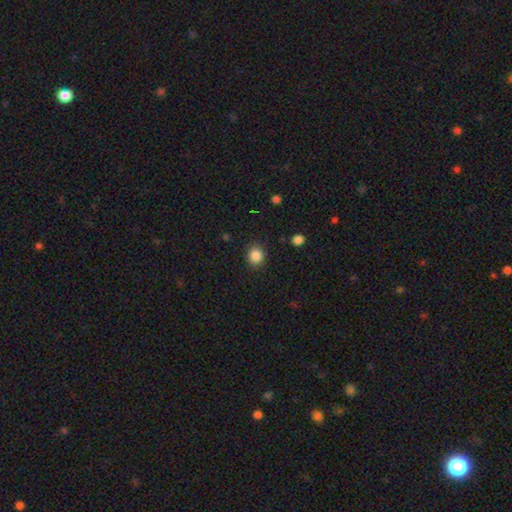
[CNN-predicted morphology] type=smooth (86%); roundness=round (81%); merging=none (90%).